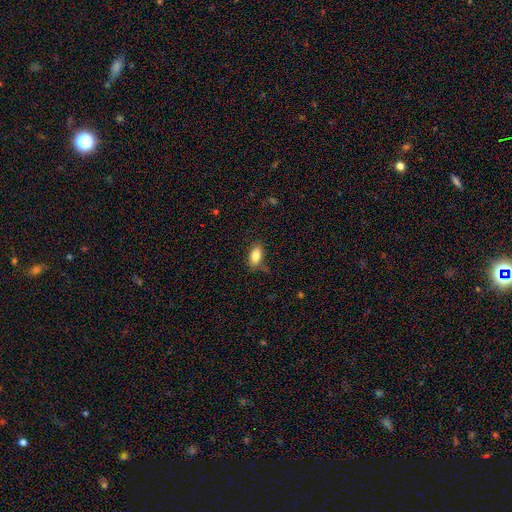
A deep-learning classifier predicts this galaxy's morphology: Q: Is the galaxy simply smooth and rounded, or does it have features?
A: smooth — 83%.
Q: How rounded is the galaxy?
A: in between — 90%.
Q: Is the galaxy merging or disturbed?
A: none — 77%.